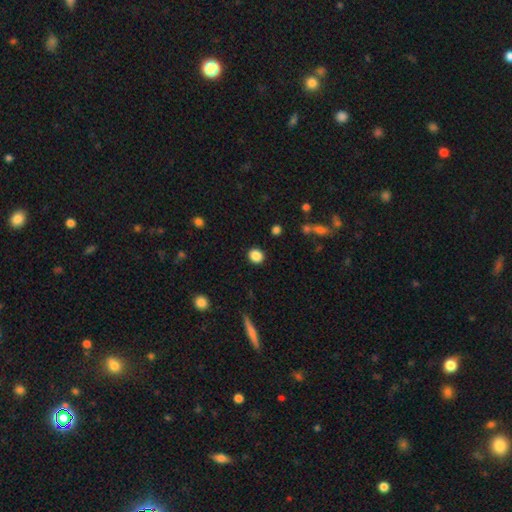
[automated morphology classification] Smooth or featured: smooth — 86% (star or artifact — 10%)
How rounded: round — 82% (in between — 17%)
Merging: none — 91% (minor disturbance — 6%)